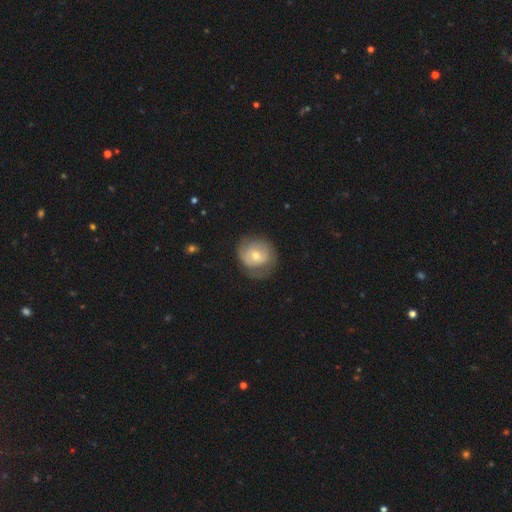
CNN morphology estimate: A smooth galaxy with no disk features (50%) that is round (76%). Merging: none (58%).